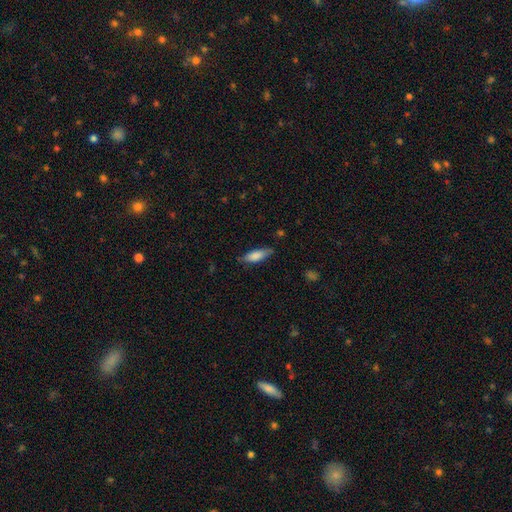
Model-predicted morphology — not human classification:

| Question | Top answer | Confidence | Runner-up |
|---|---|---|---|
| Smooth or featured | smooth | 79% | featured or disk (15%) |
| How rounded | in between | 56% | cigar-shaped (42%) |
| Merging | none | 75% | minor disturbance (19%) |